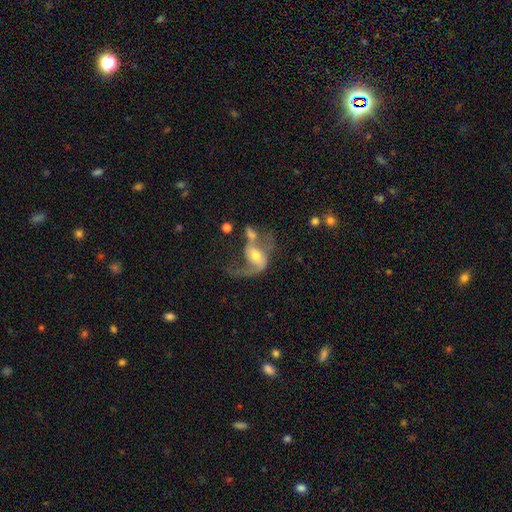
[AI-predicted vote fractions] smooth-or-featured: featured or disk: 71% | smooth: 21% | star or artifact: 8%
  disk-edge-on: no: 96% | yes: 4%
    bar: no: 46% | weak: 37% | strong: 17%
    has-spiral-arms: yes: 81% | no: 19%
      spiral-winding: loose: 73% | medium: 22% | tight: 5%
      spiral-arm-count: 2: 56% | 1: 36% | can't tell: 5% | 3: 1% | 4: 1% | more than 4: 1%
    bulge-size: moderate: 58% | small: 28% | large: 9% | none: 3% | dominant: 2%
  merging: major disturbance: 35% | merger: 30% | none: 23% | minor disturbance: 12%